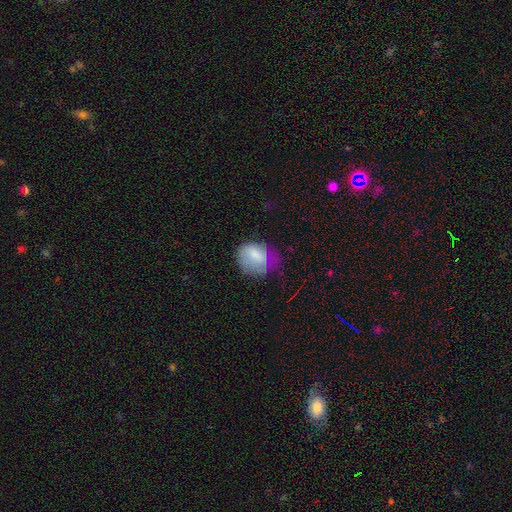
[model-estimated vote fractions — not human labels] This is likely a smooth galaxy (72%). How rounded: possibly in between (53%). Merging: marginally minor disturbance (36%).